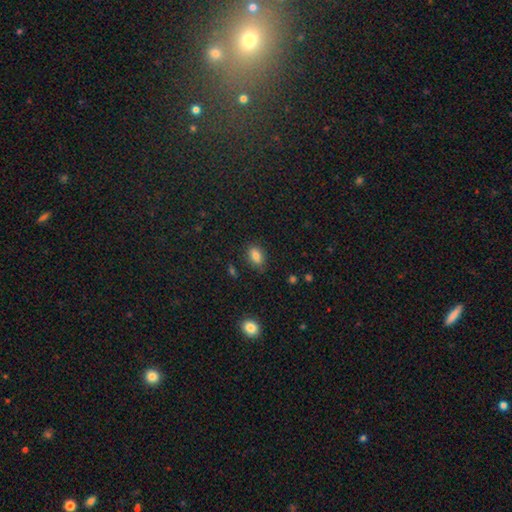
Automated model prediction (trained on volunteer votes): Morphology: type=smooth (81%); roundness=in between (80%); merging=none (81%).